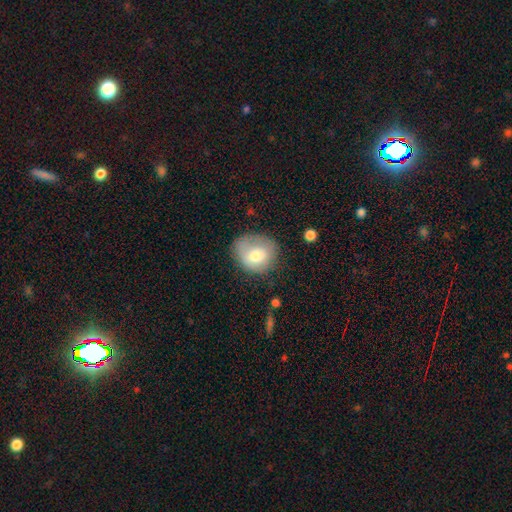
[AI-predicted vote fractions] Morphology: type=smooth (73%); roundness=round (72%); merging=none (62%).